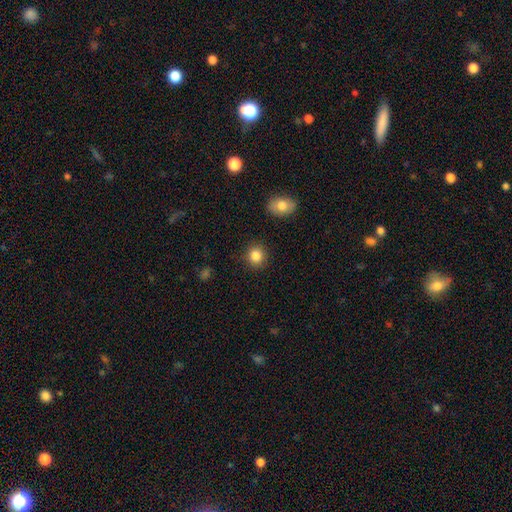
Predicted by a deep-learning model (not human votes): Morphology: type=smooth (86%); roundness=round (86%); merging=none (89%).